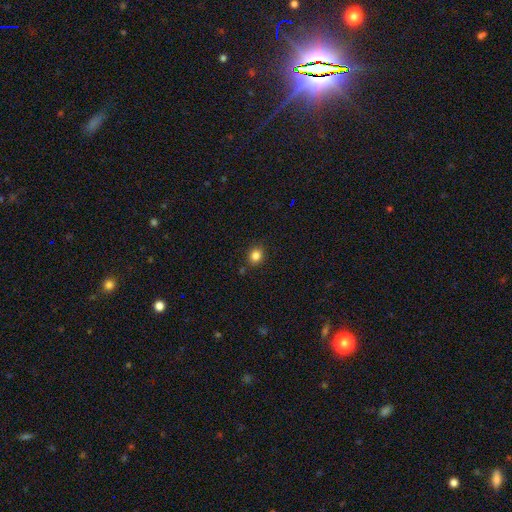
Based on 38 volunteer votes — Overall: smooth (92%). How rounded: round (86%). Merging: none (97%).